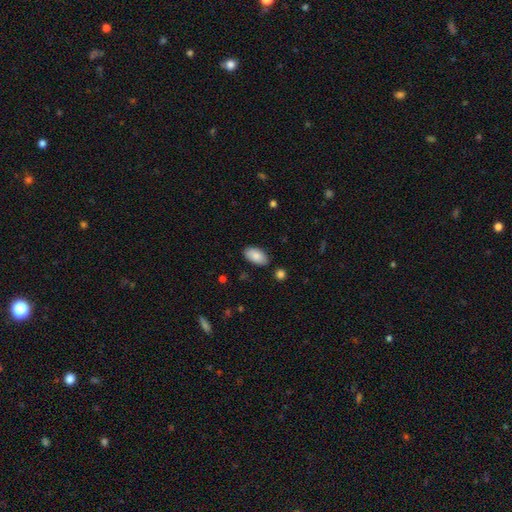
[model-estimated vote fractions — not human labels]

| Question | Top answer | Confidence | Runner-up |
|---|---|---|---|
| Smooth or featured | smooth | 85% | featured or disk (8%) |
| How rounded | in between | 95% | round (3%) |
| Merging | none | 85% | minor disturbance (11%) |